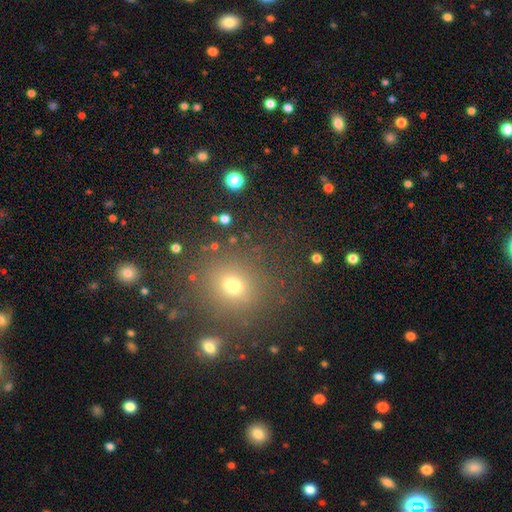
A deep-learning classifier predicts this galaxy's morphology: A smooth galaxy with no disk features (55%) that is round (89%). Merging: none (85%).